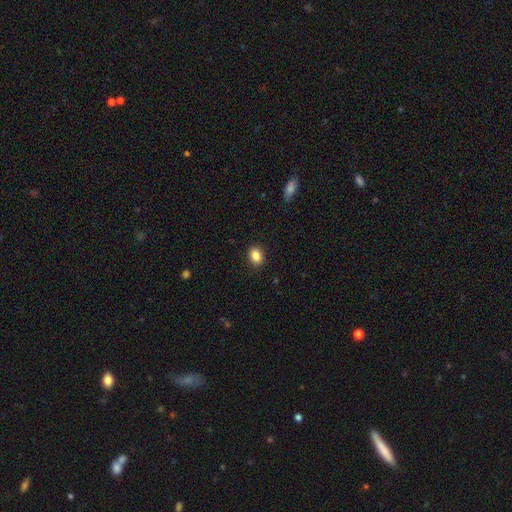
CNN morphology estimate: Smooth or featured? smooth (86%)
How rounded? in between (65%)
Merging? none (90%)